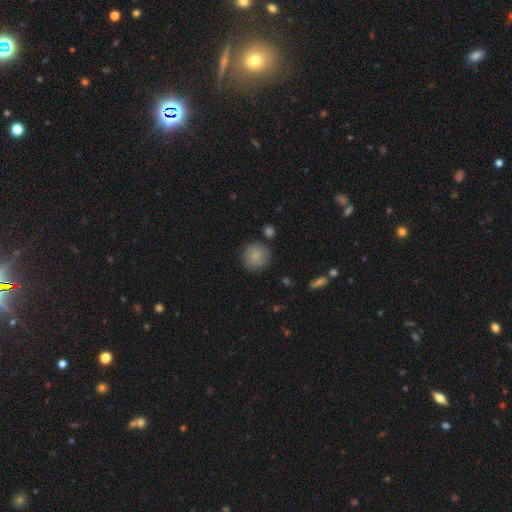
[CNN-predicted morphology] Smooth or featured?
  - smooth: 81% *
  - featured or disk: 12%
  - star or artifact: 7%
How rounded?
  - round: 93% *
  - in between: 6%
  - cigar-shaped: 1%
Merging?
  - none: 80% *
  - minor disturbance: 13%
  - major disturbance: 4%
  - merger: 3%